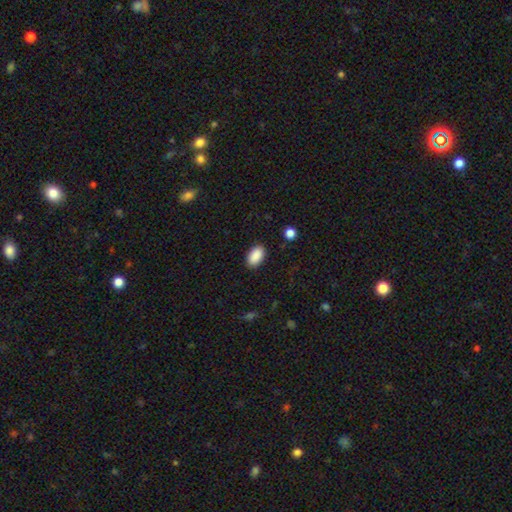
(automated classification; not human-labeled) Smooth or featured: smooth — 90% (star or artifact — 7%)
How rounded: in between — 93% (round — 5%)
Merging: none — 88% (minor disturbance — 9%)